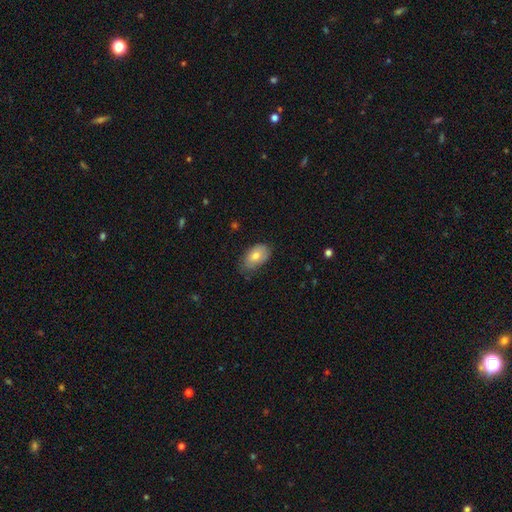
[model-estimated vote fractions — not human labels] Smooth or featured? Predicted: smooth (p=0.77). How rounded? Predicted: in between (p=0.92). Merging? Predicted: none (p=0.68).